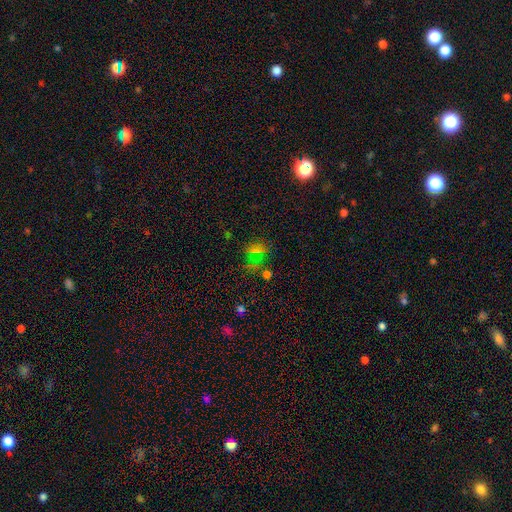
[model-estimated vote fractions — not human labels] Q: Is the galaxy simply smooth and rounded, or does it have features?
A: smooth — 46%.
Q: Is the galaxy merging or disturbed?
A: none — 69%.